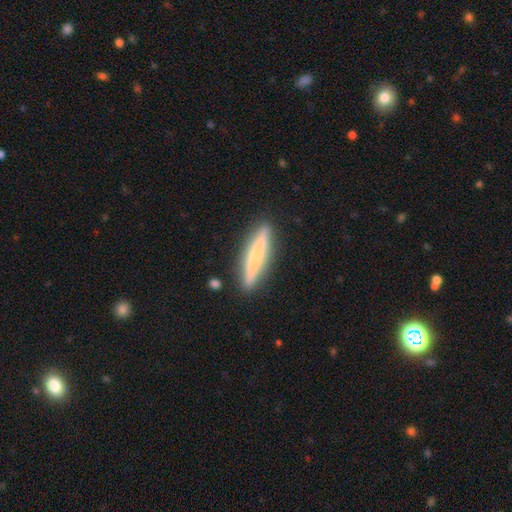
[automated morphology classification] Smooth or featured: featured or disk — 48% (smooth — 46%)
Merging: none — 87% (minor disturbance — 10%)